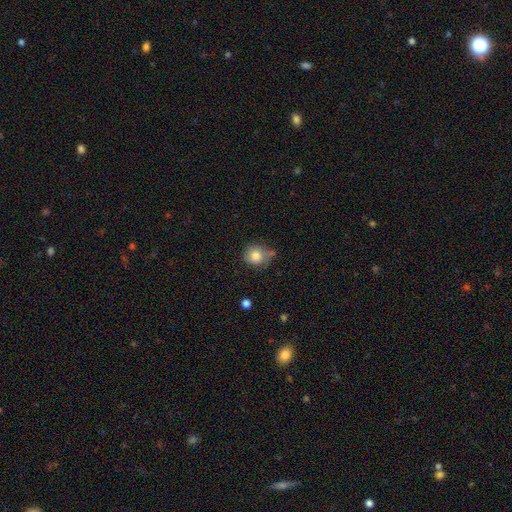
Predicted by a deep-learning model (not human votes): Q: Smooth or featured?
A: smooth (81%); runner-up: featured or disk (10%)
Q: How rounded?
A: round (82%); runner-up: in between (17%)
Q: Merging?
A: none (58%); runner-up: minor disturbance (26%)